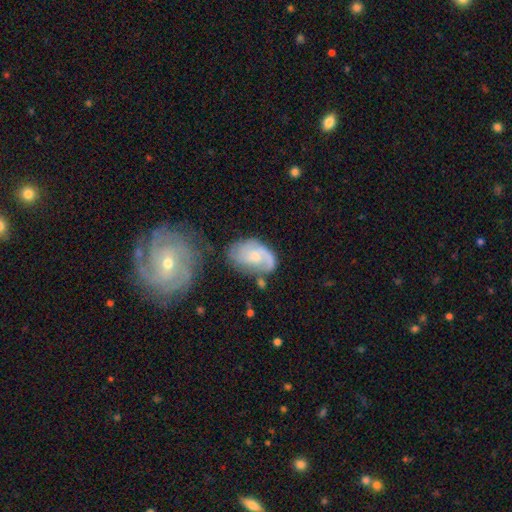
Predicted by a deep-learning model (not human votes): smooth-or-featured: featured or disk: 68% | smooth: 25% | star or artifact: 7%
  disk-edge-on: no: 97% | yes: 3%
    bar: no: 69% | weak: 28% | strong: 4%
    has-spiral-arms: yes: 90% | no: 10%
      spiral-winding: medium: 40% | tight: 35% | loose: 25%
      spiral-arm-count: 2: 43% | 1: 23% | can't tell: 21% | 3: 8% | 4: 2% | more than 4: 2%
    bulge-size: small: 54% | moderate: 39% | none: 4% | large: 2% | dominant: 1%
  merging: none: 50% | minor disturbance: 26% | major disturbance: 14% | merger: 10%